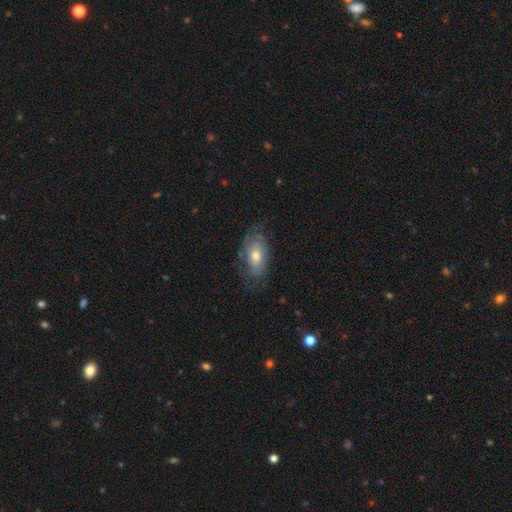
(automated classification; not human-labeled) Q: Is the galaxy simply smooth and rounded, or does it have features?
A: featured or disk — 49%.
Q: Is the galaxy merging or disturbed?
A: none — 65%.